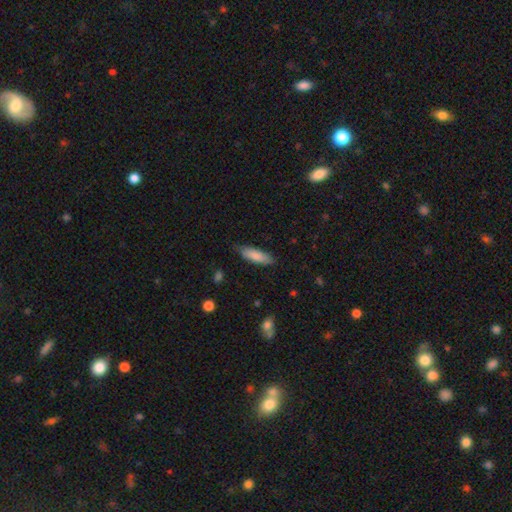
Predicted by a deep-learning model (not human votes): The model was most divided on "how rounded": cigar-shaped: 55%, in between: 44%, round: 2%. More confident: smooth or featured — smooth (83%); merging — none (81%).